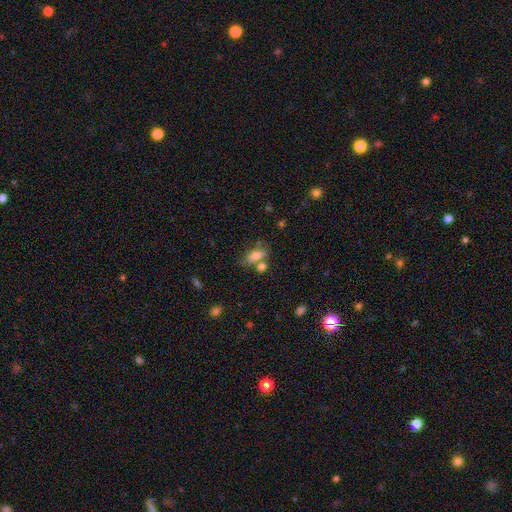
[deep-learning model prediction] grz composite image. It shows a smooth galaxy with no disk features (75%) that is in between round and cigar-shaped (81%). Merging: none (52%).